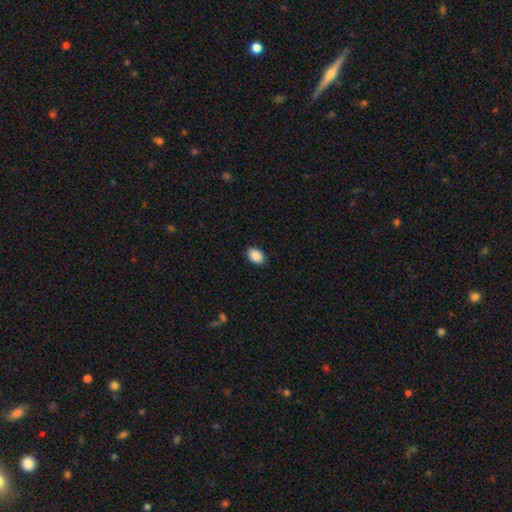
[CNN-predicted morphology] This appears to be a smooth galaxy with no disk features (90%) that is in between round and cigar-shaped (87%). Merging: none (90%).